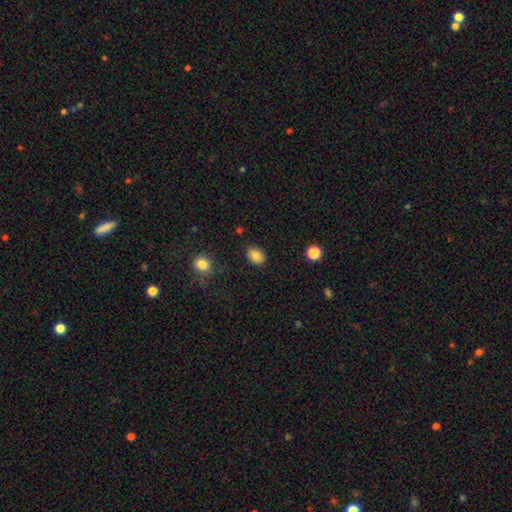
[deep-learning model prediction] A smooth galaxy with no disk features (83%) that is in between round and cigar-shaped (63%). Merging: none (85%).